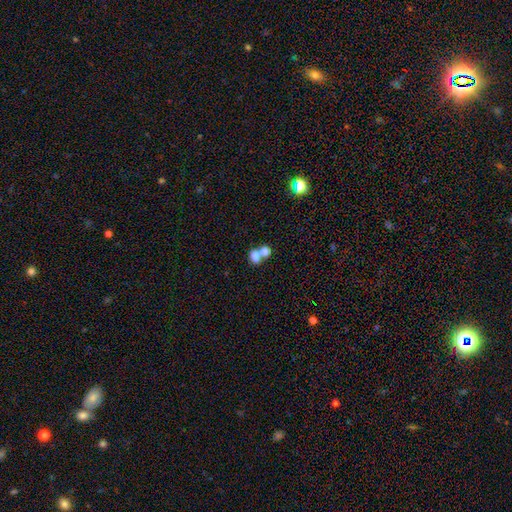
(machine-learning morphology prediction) A smooth galaxy with no disk features (75%) that is in between round and cigar-shaped (65%).

Vote fractions:
- Smooth or featured? smooth: 75% / featured or disk: 14% / star or artifact: 11%
- How rounded? in between: 65% / round: 33% / cigar-shaped: 2%
- Merging? merger: 65% / none: 25% / minor disturbance: 6% / major disturbance: 4%